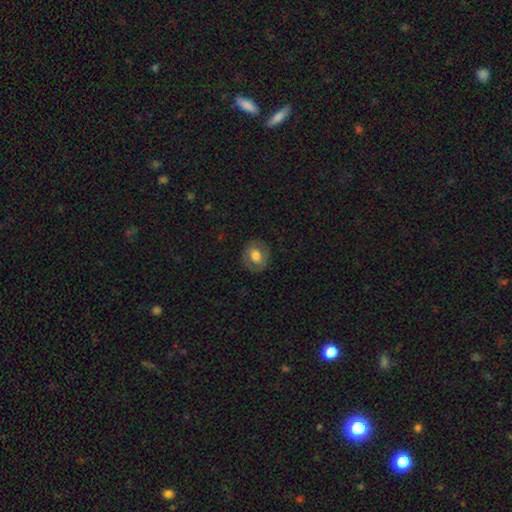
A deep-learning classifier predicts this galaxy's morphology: Smooth or featured? smooth (68%)
How rounded? round (70%)
Merging? none (83%)